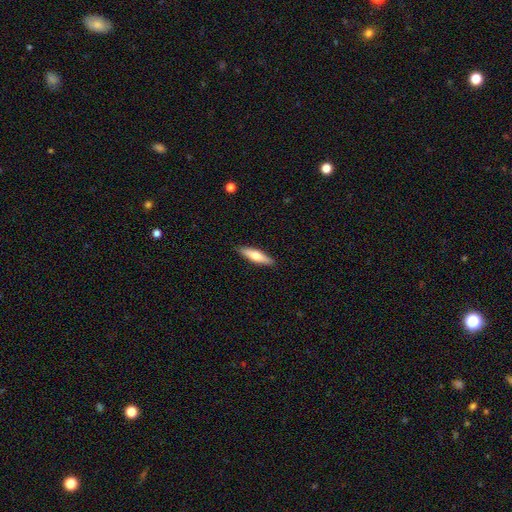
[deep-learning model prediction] Smooth or featured?
  - smooth: 60% *
  - featured or disk: 35%
  - star or artifact: 6%
How rounded?
  - cigar-shaped: 68% *
  - in between: 30%
  - round: 2%
Merging?
  - none: 89% *
  - minor disturbance: 8%
  - major disturbance: 2%
  - merger: 1%